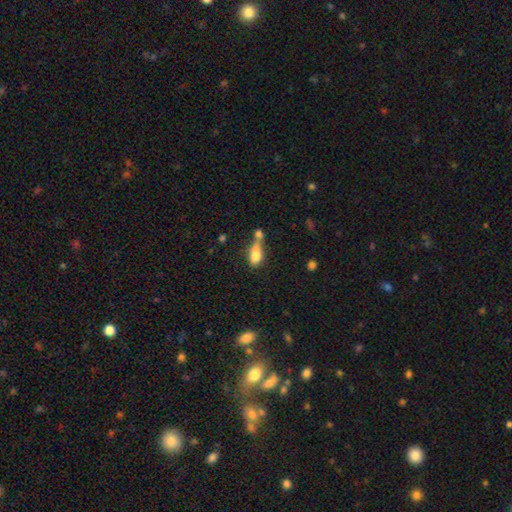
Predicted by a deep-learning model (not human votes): Smooth or featured? smooth (74%)
How rounded? in between (75%)
Merging? merger (53%)